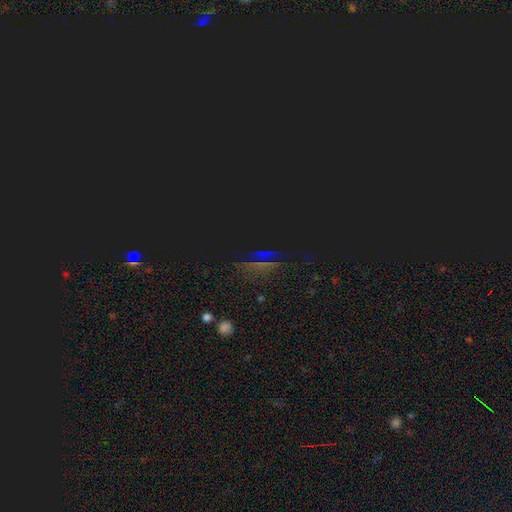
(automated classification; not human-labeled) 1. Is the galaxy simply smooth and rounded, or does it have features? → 77% star or artifact, 15% smooth, 7% featured or disk.